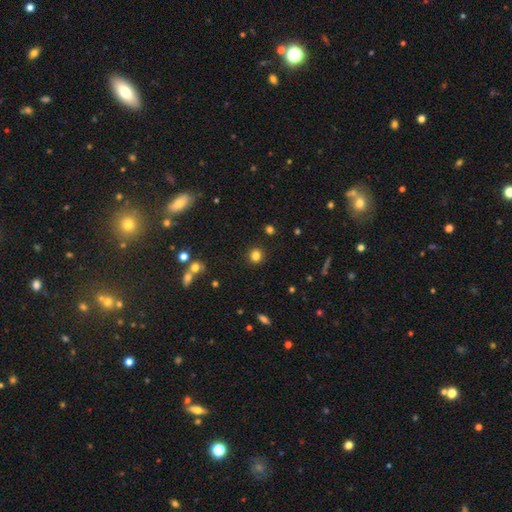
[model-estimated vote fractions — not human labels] A smooth galaxy with no disk features (82%) that is round (90%). Merging: none (90%).